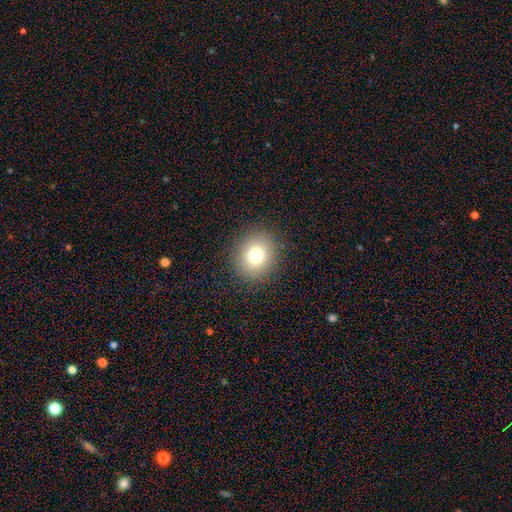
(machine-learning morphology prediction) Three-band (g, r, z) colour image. It shows a smooth galaxy with no disk features (78%) that is round (77%). Merging: none (89%).